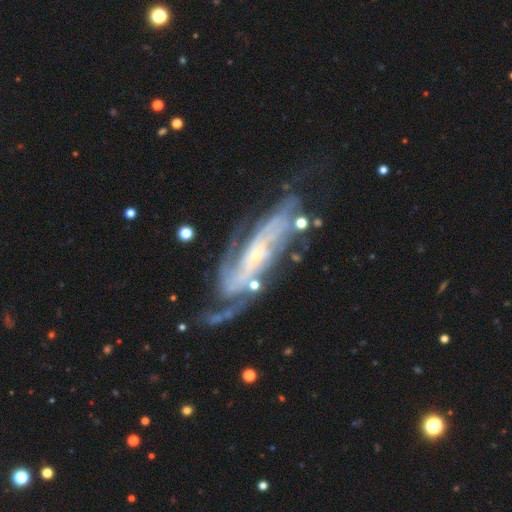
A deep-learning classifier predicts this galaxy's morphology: This appears to be a featured or disk galaxy (90%) with no bar (51%), 2 (28%) tight (55%) spiral arms (97%) and a small central bulge (73%). Merging: none (63%).